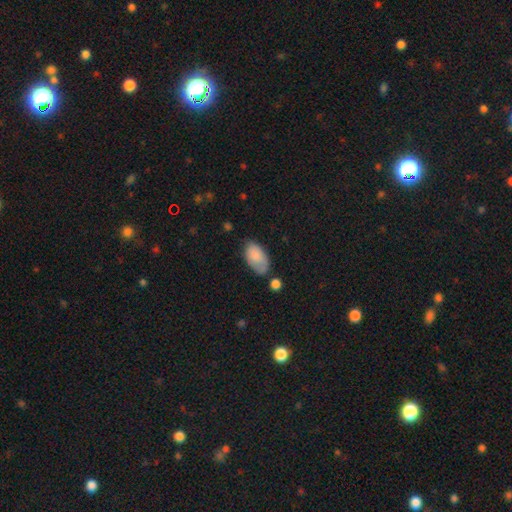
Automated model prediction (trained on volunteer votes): A smooth galaxy with no disk features (81%) that is in between round and cigar-shaped (95%). Merging: none (56%).